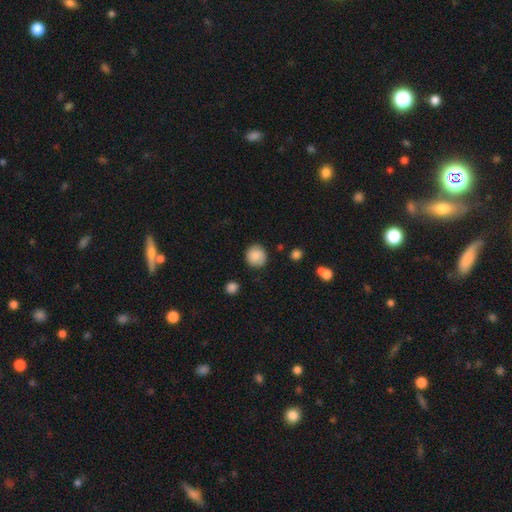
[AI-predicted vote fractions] Smooth or featured? smooth (87%)
How rounded? round (92%)
Merging? none (86%)